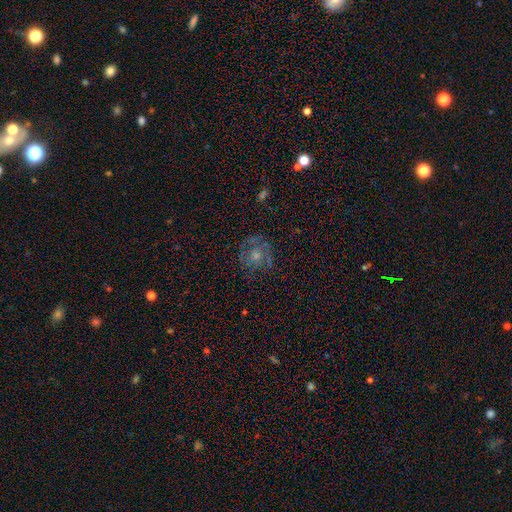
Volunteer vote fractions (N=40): smooth_or_featured: featured or disk (p=0.68) [alt: smooth p=0.30]
disk_edge_on: no (p=1.00)
bar: no (p=0.78) [alt: strong p=0.11]
has_spiral_arms: yes (p=0.63) [alt: no p=0.37]
spiral_winding: tight (p=0.47) [alt: medium p=0.41]
spiral_arm_count: can't tell (p=0.35) [alt: 3 p=0.29]
bulge_size: moderate (p=0.37) [tied with: small p=0.37]
merging: none (p=0.72) [alt: minor disturbance p=0.15]